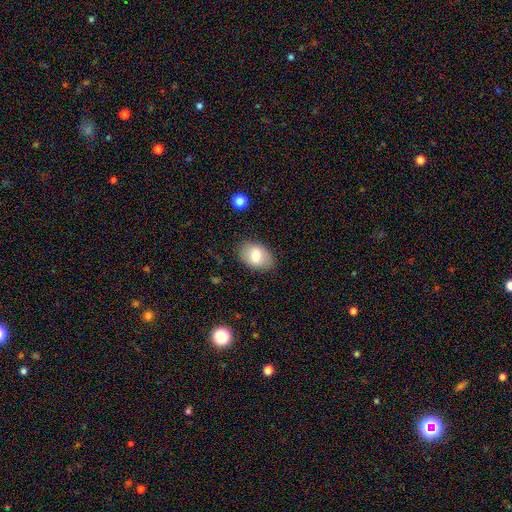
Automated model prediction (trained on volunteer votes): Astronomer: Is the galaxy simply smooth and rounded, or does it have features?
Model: smooth — 74%.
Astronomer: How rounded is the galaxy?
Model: in between — 87%.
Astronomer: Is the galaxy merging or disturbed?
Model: none — 83%.